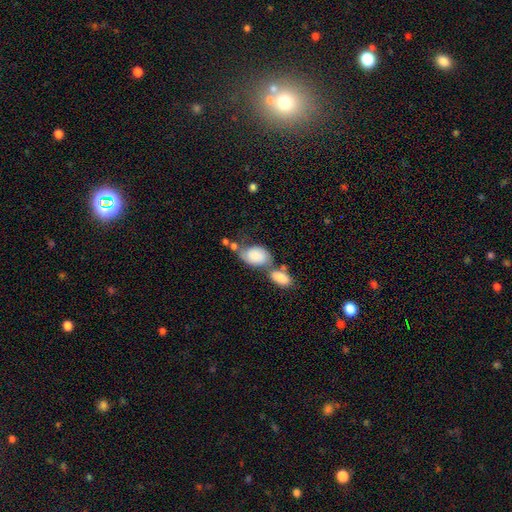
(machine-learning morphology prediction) This appears to be a smooth galaxy with no disk features (75%) that is in between round and cigar-shaped (86%). Merging: merger (50%).